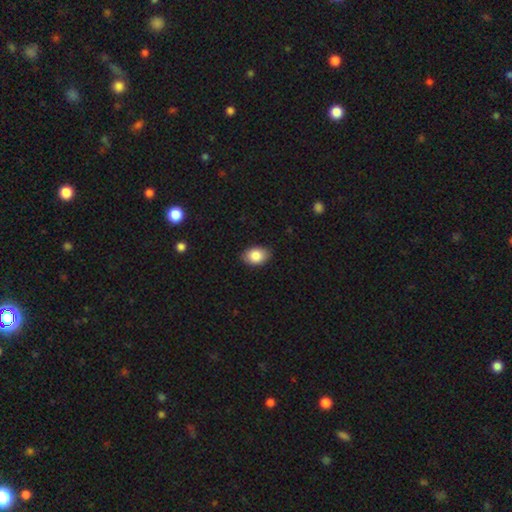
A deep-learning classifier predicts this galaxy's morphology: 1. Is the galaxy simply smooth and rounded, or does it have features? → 86% smooth, 7% star or artifact, 7% featured or disk.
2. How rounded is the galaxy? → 82% in between, 17% round, 1% cigar-shaped.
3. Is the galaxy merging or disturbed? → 86% none, 11% minor disturbance, 2% major disturbance, 1% merger.